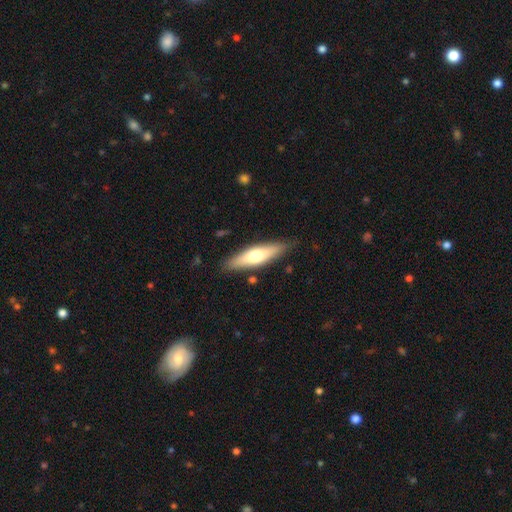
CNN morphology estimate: This is possibly a smooth galaxy (54%). How rounded: likely cigar-shaped (65%). Merging: clearly none (85%).